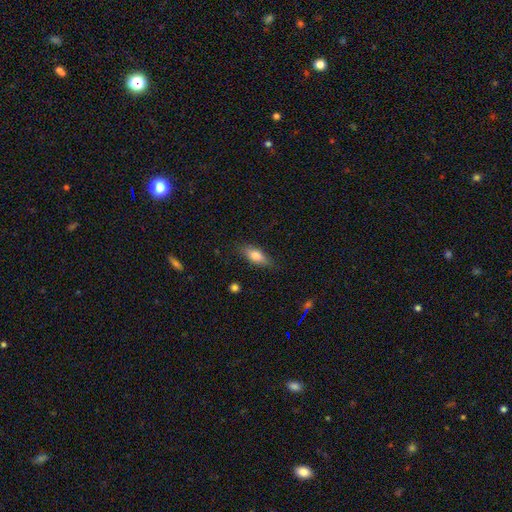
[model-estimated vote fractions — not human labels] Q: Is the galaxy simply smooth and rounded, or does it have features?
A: smooth — 71%.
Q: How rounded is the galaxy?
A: in between — 67%.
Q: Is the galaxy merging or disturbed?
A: none — 83%.